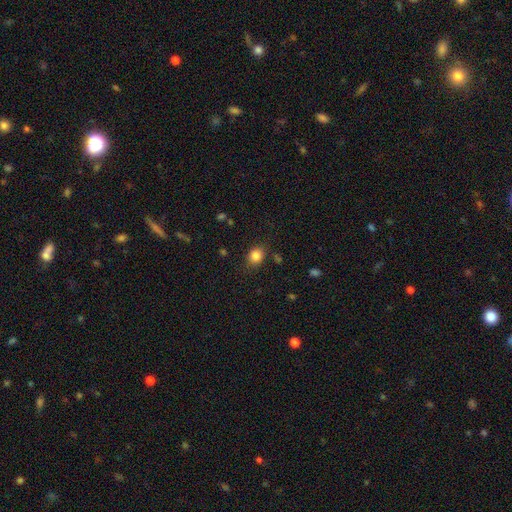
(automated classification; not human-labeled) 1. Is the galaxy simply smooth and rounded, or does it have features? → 84% smooth, 11% star or artifact, 5% featured or disk.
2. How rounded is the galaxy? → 59% round, 40% in between, 1% cigar-shaped.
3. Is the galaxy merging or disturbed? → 81% none, 13% minor disturbance, 4% major disturbance, 2% merger.